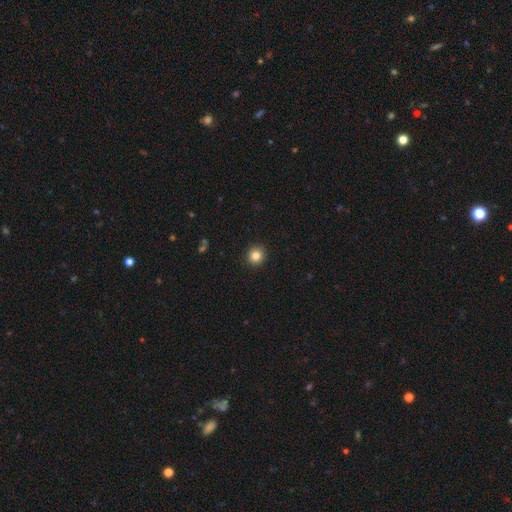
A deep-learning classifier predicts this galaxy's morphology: smooth-or-featured: smooth: 84% | star or artifact: 11% | featured or disk: 5%
  how-rounded: round: 93% | in between: 6% | cigar-shaped: 1%
  merging: none: 92% | minor disturbance: 5% | major disturbance: 2% | merger: 1%